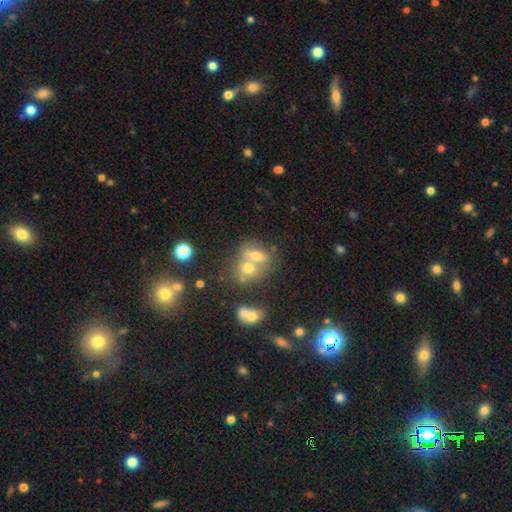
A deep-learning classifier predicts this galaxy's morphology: smooth_or_featured: smooth (p=0.62) [alt: featured or disk p=0.23]
how_rounded: in between (p=0.49) [alt: round p=0.48]
merging: merger (p=0.62) [alt: none p=0.27]